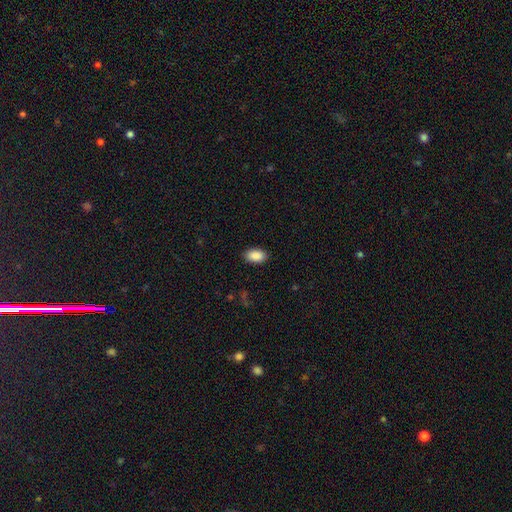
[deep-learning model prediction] The model was most divided on "merging": none: 89%, minor disturbance: 8%, major disturbance: 2%, merger: 1%. More confident: how rounded — in between (94%); smooth or featured — smooth (90%).